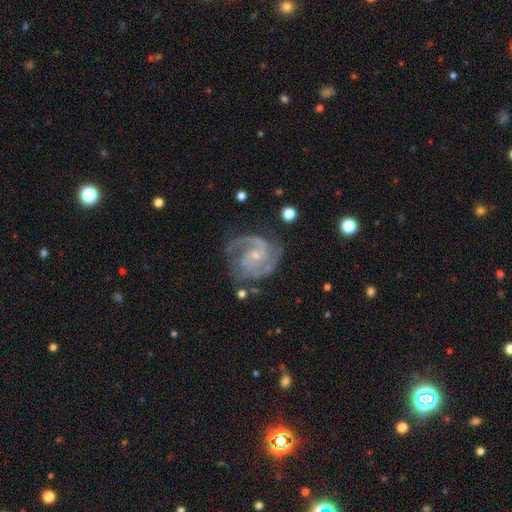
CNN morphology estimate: This appears to be a featured or disk galaxy (90%) with no bar (57%), 2 (65%) medium (51%) spiral arms (97%) and a small central bulge (74%). Merging: none (68%).